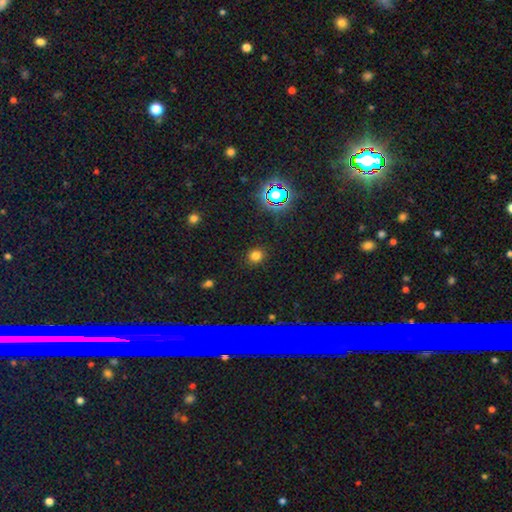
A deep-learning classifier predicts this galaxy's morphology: This appears to be a smooth galaxy with no disk features (76%) that is round (88%). Merging: none (90%).